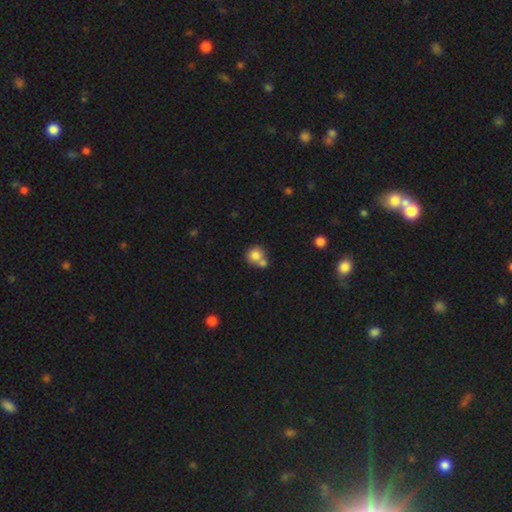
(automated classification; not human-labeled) Smooth or featured? Predicted: smooth (p=0.79). How rounded? Predicted: round (p=0.85). Merging? Predicted: merger (p=0.44).